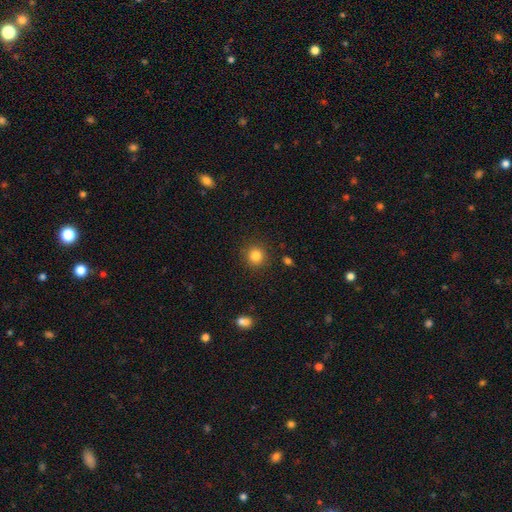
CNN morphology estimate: The model was most divided on "smooth or featured": smooth: 84%, star or artifact: 12%, featured or disk: 5%. More confident: how rounded — round (92%); merging — none (89%).